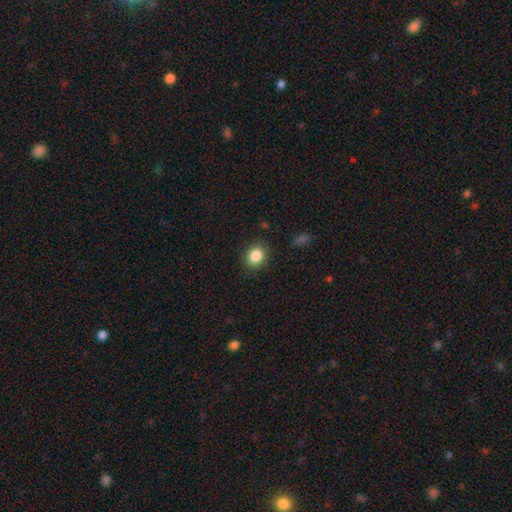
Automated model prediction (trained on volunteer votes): Smooth or featured? Predicted: smooth (p=0.86). How rounded? Predicted: round (p=0.69). Merging? Predicted: none (p=0.87).